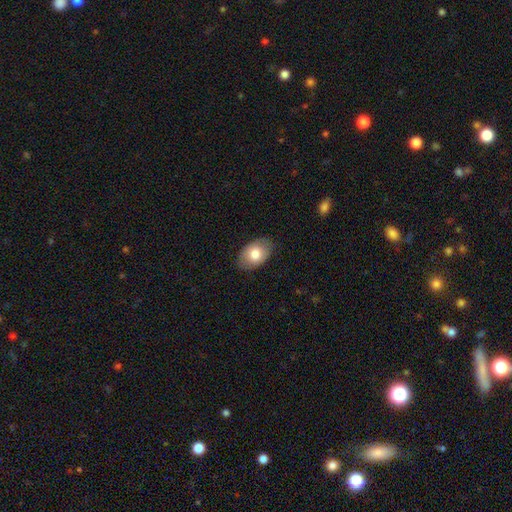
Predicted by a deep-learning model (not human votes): A smooth galaxy with no disk features (79%) that is in between round and cigar-shaped (88%).

Vote fractions:
- Smooth or featured? smooth: 79% / featured or disk: 15% / star or artifact: 7%
- How rounded? in between: 88% / round: 11% / cigar-shaped: 1%
- Merging? none: 82% / minor disturbance: 14% / major disturbance: 3% / merger: 1%